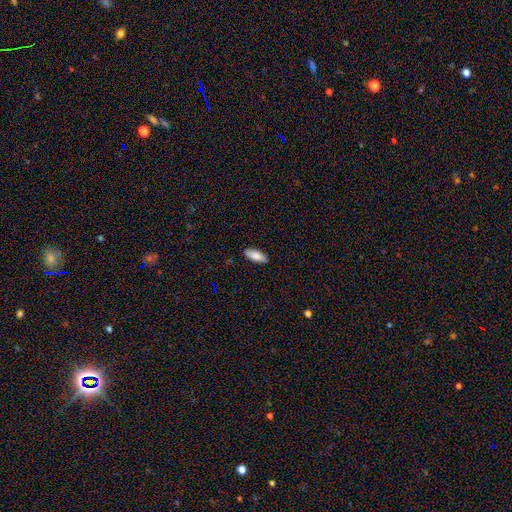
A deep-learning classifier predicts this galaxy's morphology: A smooth galaxy with no disk features (86%) that is in between round and cigar-shaped (71%).

Vote fractions:
- Smooth or featured? smooth: 86% / featured or disk: 8% / star or artifact: 6%
- How rounded? in between: 71% / cigar-shaped: 27% / round: 2%
- Merging? none: 88% / minor disturbance: 9% / major disturbance: 2% / merger: 1%